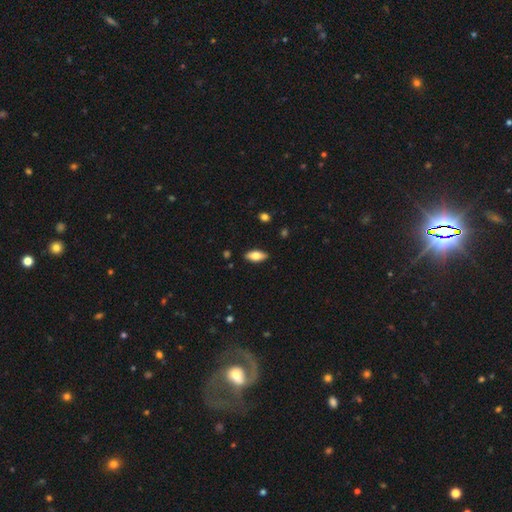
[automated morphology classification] A smooth galaxy with no disk features (71%) that is in between round and cigar-shaped (83%).

Vote fractions:
- Smooth or featured? smooth: 71% / featured or disk: 22% / star or artifact: 6%
- How rounded? in between: 83% / cigar-shaped: 14% / round: 2%
- Merging? none: 89% / minor disturbance: 9% / major disturbance: 2% / merger: 1%